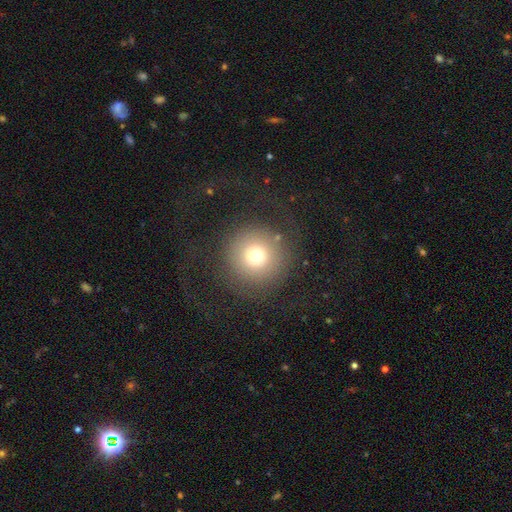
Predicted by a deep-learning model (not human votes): A smooth galaxy with no disk features (71%) that is round (95%). Merging: none (77%).